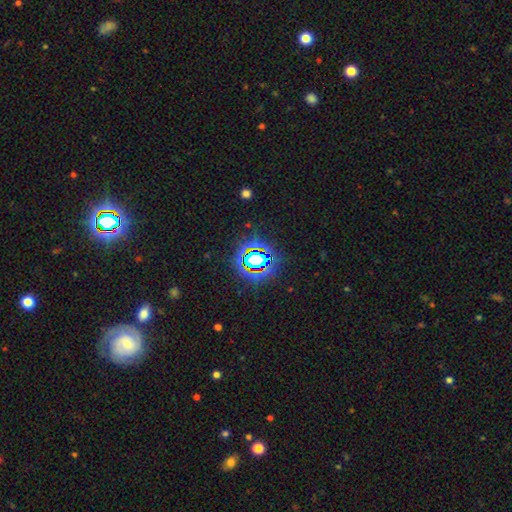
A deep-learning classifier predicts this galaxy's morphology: This appears to be a star or artifact, not a galaxy (72%).